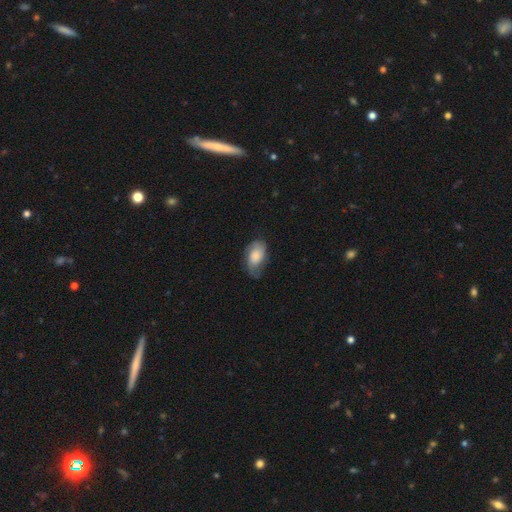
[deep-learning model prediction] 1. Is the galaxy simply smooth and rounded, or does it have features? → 53% smooth, 40% featured or disk, 7% star or artifact.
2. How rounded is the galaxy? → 91% in between, 7% round, 2% cigar-shaped.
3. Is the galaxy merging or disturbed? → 48% none, 34% minor disturbance, 17% major disturbance, 1% merger.